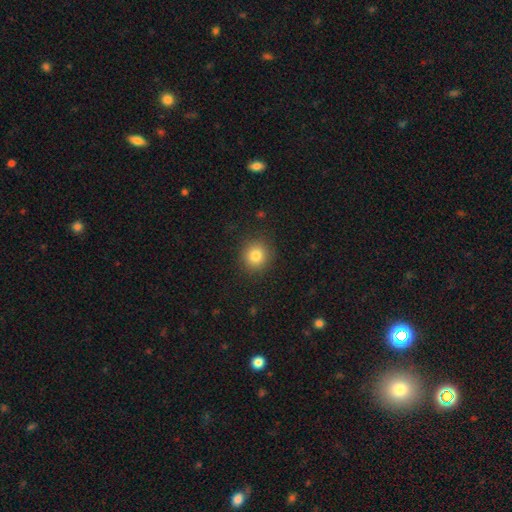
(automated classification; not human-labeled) Overall: smooth (82%). How rounded: round (89%). Merging: none (89%).